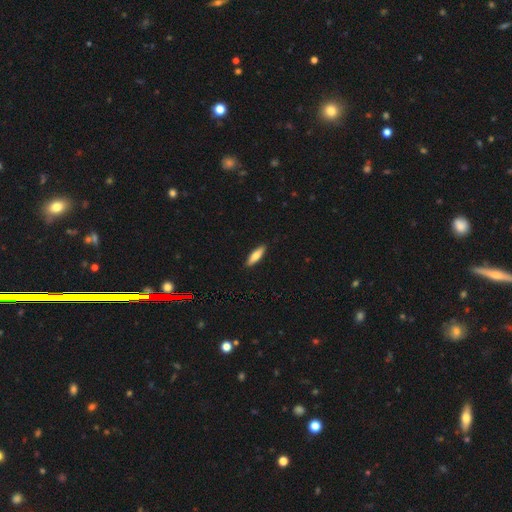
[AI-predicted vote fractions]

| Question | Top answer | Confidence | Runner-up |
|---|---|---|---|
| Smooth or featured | smooth | 78% | featured or disk (17%) |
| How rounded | cigar-shaped | 62% | in between (36%) |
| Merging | none | 90% | minor disturbance (7%) |